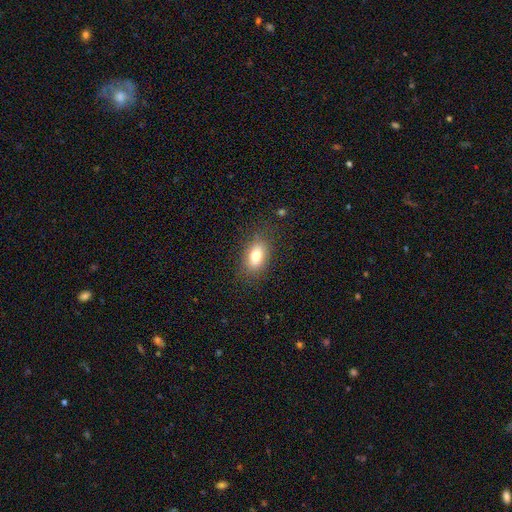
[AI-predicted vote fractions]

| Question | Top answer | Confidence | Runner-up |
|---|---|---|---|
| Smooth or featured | smooth | 78% | featured or disk (13%) |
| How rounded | in between | 86% | round (11%) |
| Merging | none | 82% | minor disturbance (13%) |